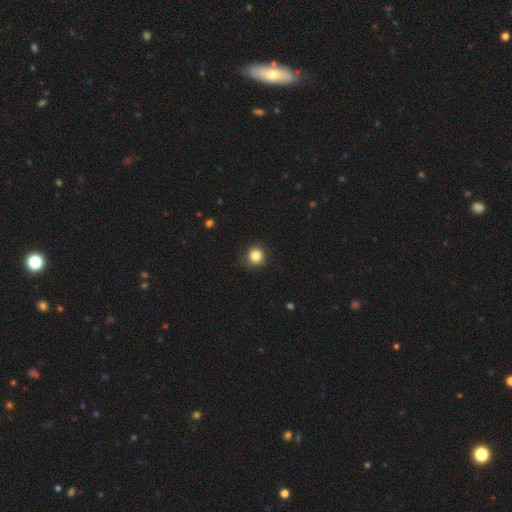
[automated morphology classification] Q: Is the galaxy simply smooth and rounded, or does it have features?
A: smooth — 84%.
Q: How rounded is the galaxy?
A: round — 91%.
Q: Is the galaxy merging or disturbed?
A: none — 85%.